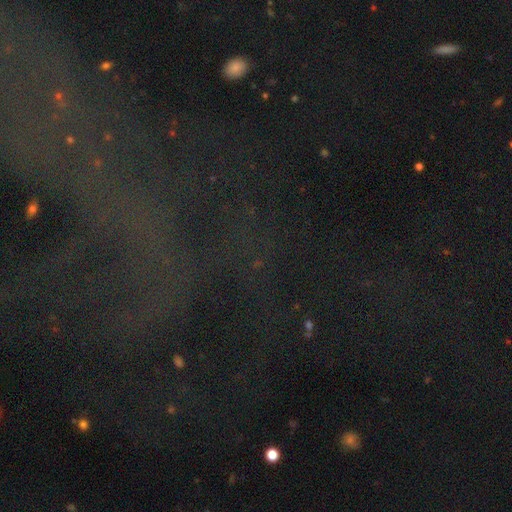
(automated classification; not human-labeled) Q: Smooth or featured?
A: star or artifact (68%); runner-up: featured or disk (19%)